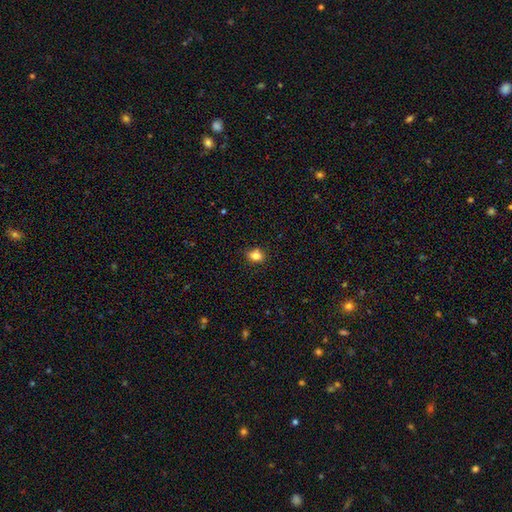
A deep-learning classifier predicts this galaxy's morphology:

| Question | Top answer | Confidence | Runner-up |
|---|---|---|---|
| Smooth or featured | smooth | 81% | star or artifact (11%) |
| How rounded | in between | 54% | round (44%) |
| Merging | none | 78% | minor disturbance (15%) |